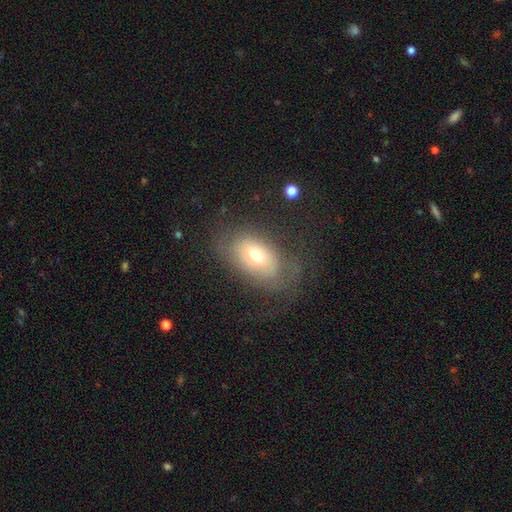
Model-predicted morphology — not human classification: A smooth galaxy with no disk features (50%) that is in between round and cigar-shaped (87%). Merging: none (56%).